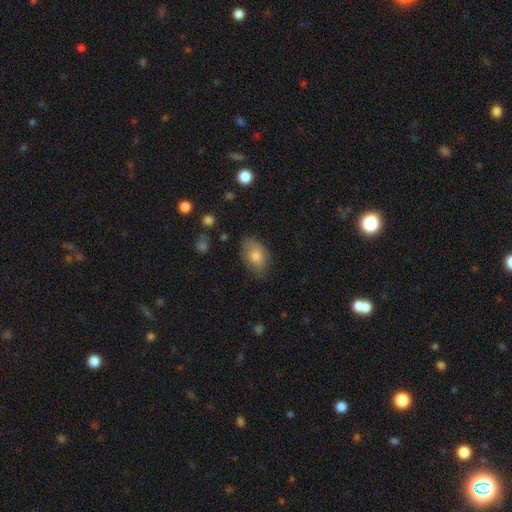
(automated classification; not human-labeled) This is likely a smooth galaxy (76%). How rounded: clearly in between (88%). Merging: likely none (74%).